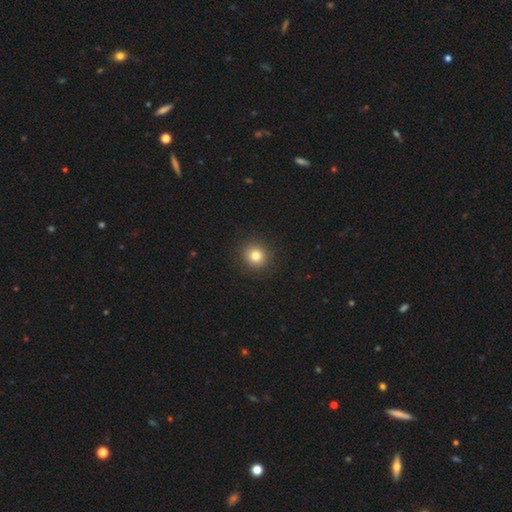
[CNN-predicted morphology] Overall: smooth (82%). How rounded: round (92%). Merging: none (92%).